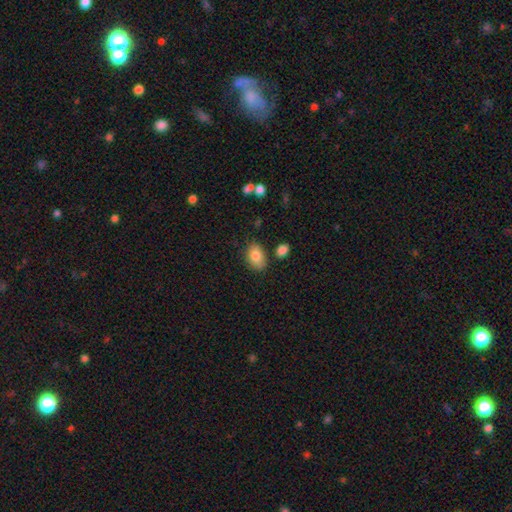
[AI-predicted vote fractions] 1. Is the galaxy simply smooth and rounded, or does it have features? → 83% smooth, 9% featured or disk, 8% star or artifact.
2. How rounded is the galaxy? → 86% in between, 13% round, 1% cigar-shaped.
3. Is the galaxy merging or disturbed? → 74% none, 17% minor disturbance, 5% merger, 4% major disturbance.